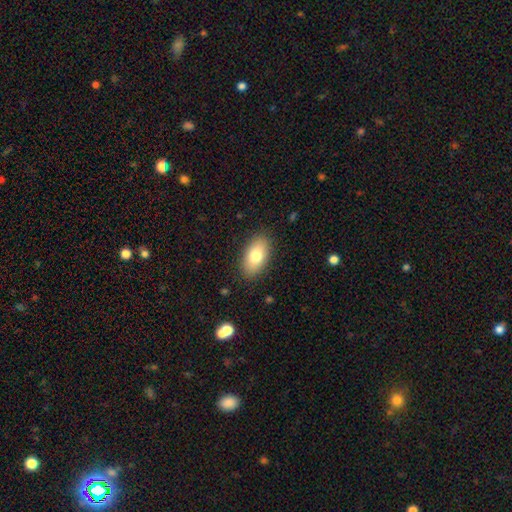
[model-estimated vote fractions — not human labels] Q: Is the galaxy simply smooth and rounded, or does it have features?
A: smooth — 78%.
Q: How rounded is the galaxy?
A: in between — 93%.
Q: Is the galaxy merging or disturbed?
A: none — 87%.